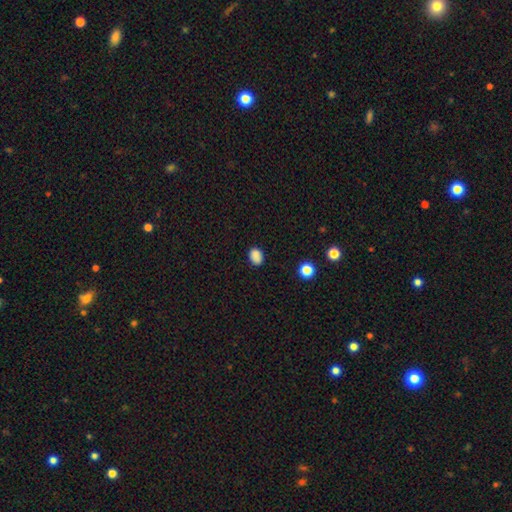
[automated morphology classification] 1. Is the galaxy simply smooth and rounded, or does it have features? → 85% smooth, 11% star or artifact, 4% featured or disk.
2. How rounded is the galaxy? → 68% in between, 31% round, 1% cigar-shaped.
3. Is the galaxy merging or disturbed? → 80% none, 15% minor disturbance, 3% major disturbance, 2% merger.